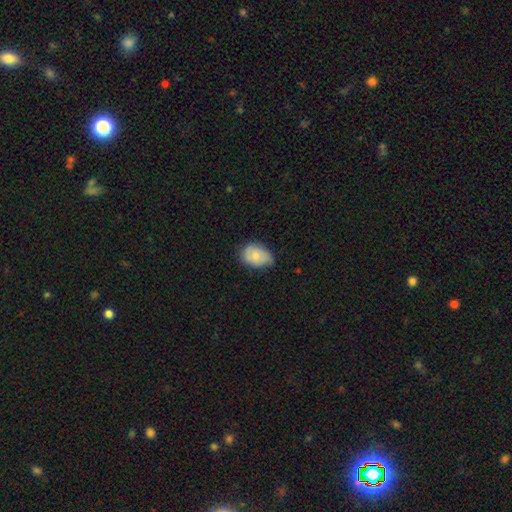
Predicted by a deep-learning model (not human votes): The model was most divided on "merging": none: 56%, minor disturbance: 36%, major disturbance: 6%, merger: 1%. More confident: how rounded — in between (80%); smooth or featured — smooth (76%).